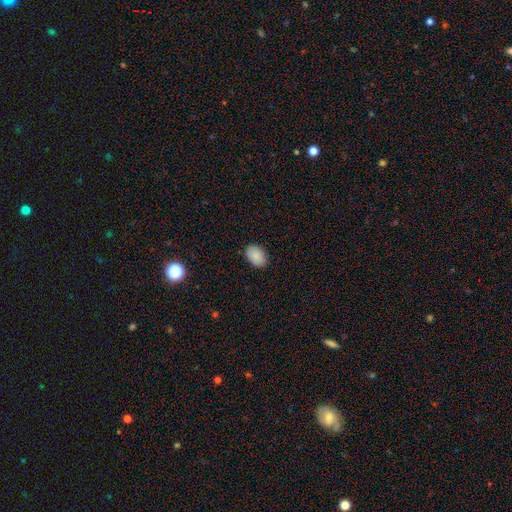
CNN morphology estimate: This appears to be a smooth galaxy with no disk features (89%) that is in between round and cigar-shaped (86%). Merging: none (87%).